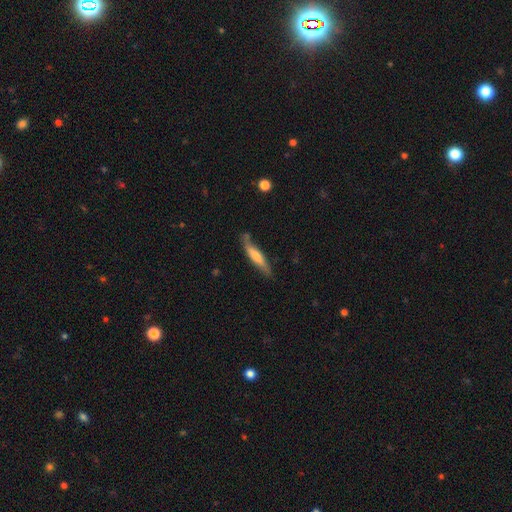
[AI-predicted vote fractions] Smooth or featured? Predicted: smooth (p=0.51). How rounded? Predicted: cigar-shaped (p=0.86). Merging? Predicted: none (p=0.71).